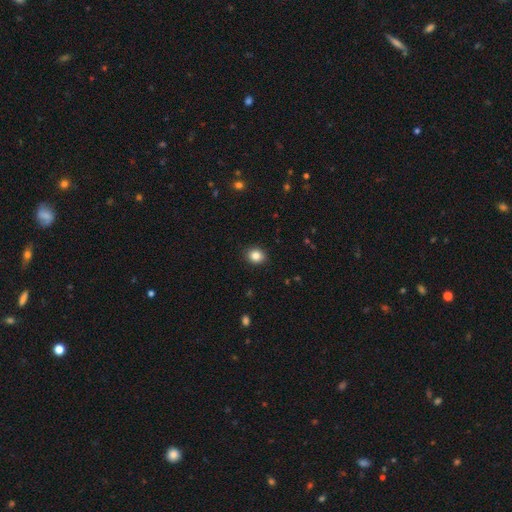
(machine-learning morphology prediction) smooth-or-featured: smooth: 85% | star or artifact: 10% | featured or disk: 5%
  how-rounded: round: 70% | in between: 29% | cigar-shaped: 1%
  merging: none: 90% | minor disturbance: 7% | major disturbance: 2% | merger: 1%